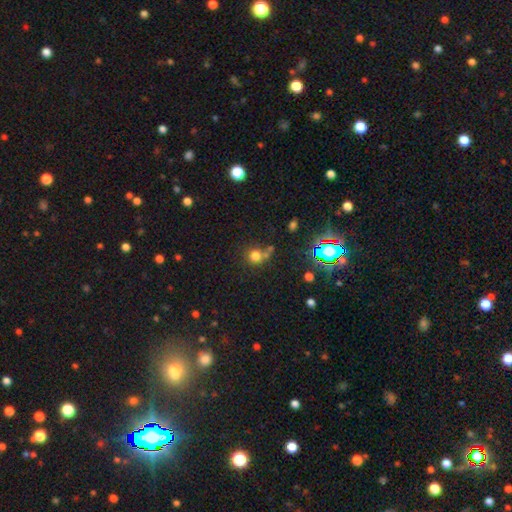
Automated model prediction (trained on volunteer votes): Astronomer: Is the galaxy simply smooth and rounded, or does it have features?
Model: smooth — 73%.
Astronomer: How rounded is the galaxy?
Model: round — 88%.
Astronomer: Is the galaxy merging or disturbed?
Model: none — 57%.